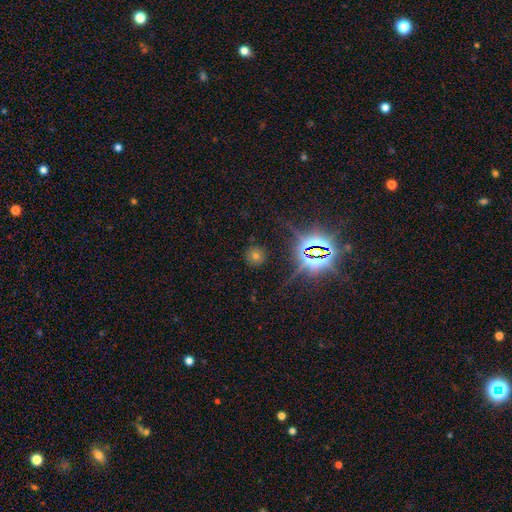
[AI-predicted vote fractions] smooth-or-featured: star or artifact: 46% | smooth: 42% | featured or disk: 13%